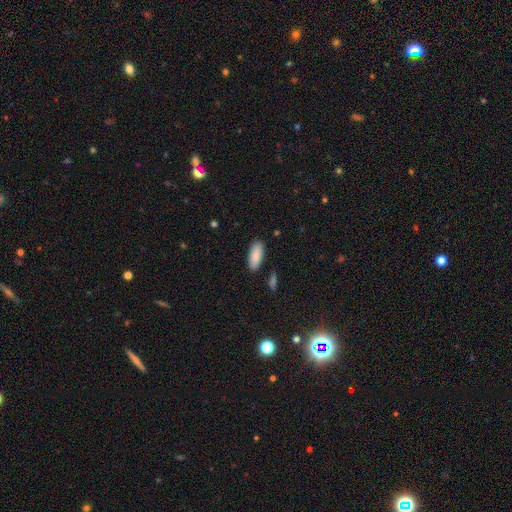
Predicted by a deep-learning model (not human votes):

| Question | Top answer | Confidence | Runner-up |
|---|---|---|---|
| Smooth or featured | smooth | 88% | featured or disk (6%) |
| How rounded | in between | 82% | cigar-shaped (16%) |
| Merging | none | 86% | minor disturbance (9%) |